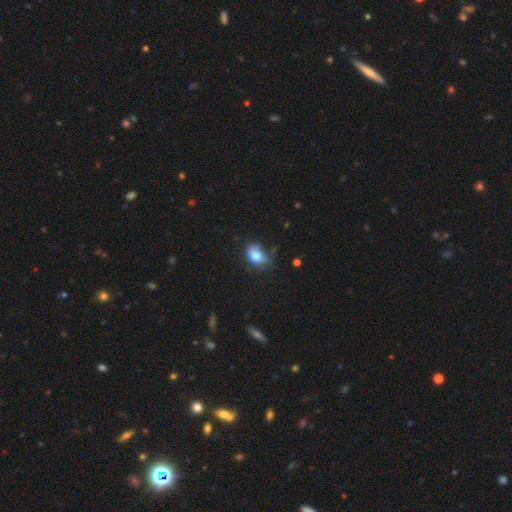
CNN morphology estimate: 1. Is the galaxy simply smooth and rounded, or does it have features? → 79% smooth, 12% featured or disk, 9% star or artifact.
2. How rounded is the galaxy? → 79% in between, 20% round, 1% cigar-shaped.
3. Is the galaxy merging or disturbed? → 51% none, 33% minor disturbance, 12% major disturbance, 4% merger.